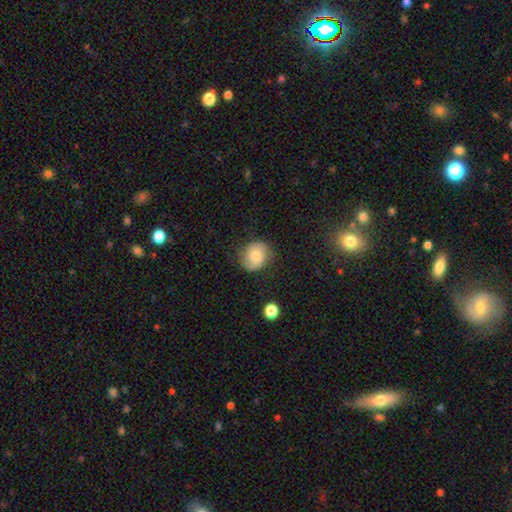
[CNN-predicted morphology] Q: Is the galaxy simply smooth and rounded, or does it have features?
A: smooth — 65%.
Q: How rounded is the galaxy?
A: round — 72%.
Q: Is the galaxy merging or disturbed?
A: none — 76%.